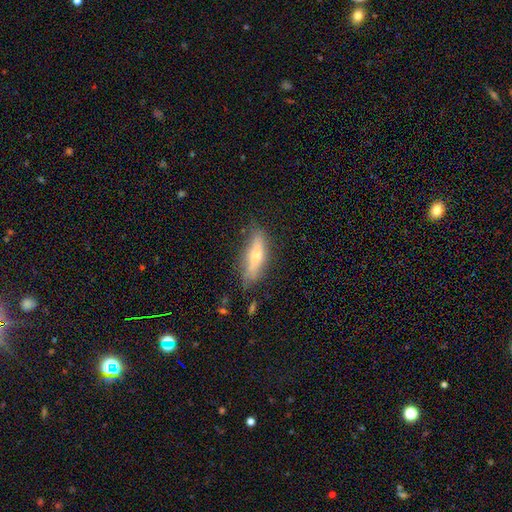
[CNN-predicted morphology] Q: Smooth or featured?
A: smooth (51%); runner-up: featured or disk (42%)
Q: How rounded?
A: cigar-shaped (64%); runner-up: in between (34%)
Q: Merging?
A: none (70%); runner-up: minor disturbance (21%)